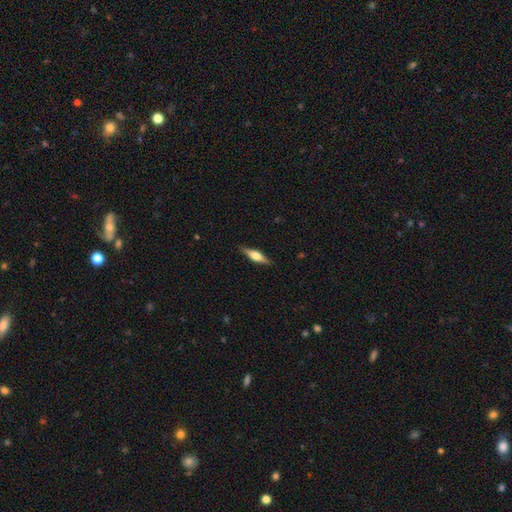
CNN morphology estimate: A featured or disk galaxy (57%) viewed edge-on (96%) with a rounded central bulge (87%). Merging: none (87%).